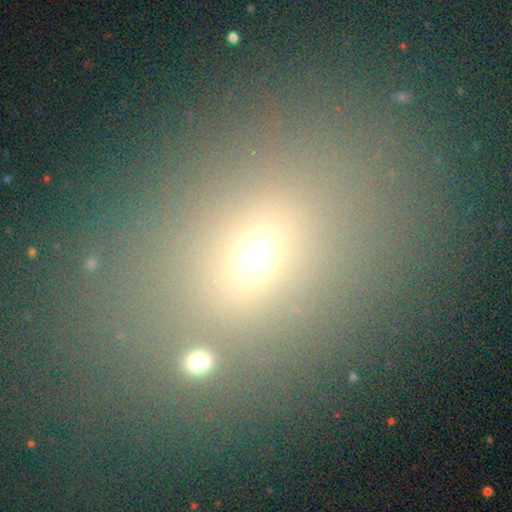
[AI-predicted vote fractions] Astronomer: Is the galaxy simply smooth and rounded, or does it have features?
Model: smooth — 65%.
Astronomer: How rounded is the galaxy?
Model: in between — 60% (runner-up: round, 36%).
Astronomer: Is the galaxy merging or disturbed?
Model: none — 68%.